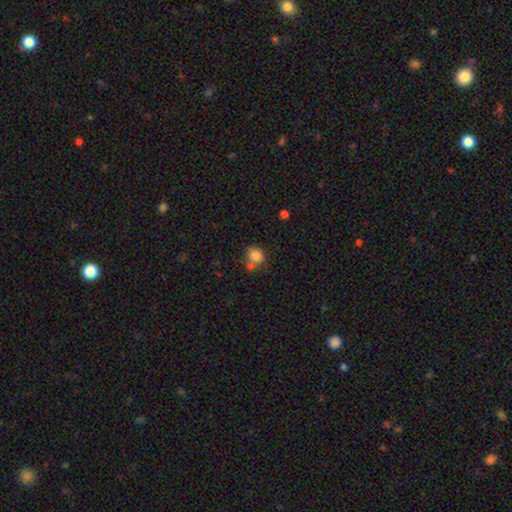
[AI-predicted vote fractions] Smooth or featured: smooth — 81% (star or artifact — 10%)
How rounded: round — 59% (in between — 40%)
Merging: none — 49% (merger — 30%)